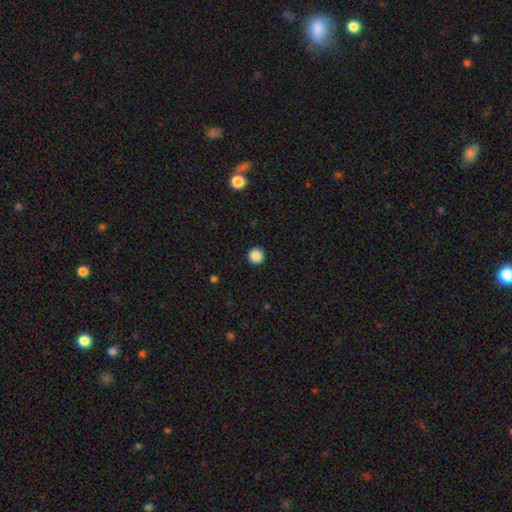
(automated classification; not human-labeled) Smooth or featured?
  - smooth: 87% *
  - star or artifact: 10%
  - featured or disk: 3%
How rounded?
  - round: 97% *
  - in between: 2%
  - cigar-shaped: 1%
Merging?
  - none: 94% *
  - minor disturbance: 4%
  - major disturbance: 1%
  - merger: 1%